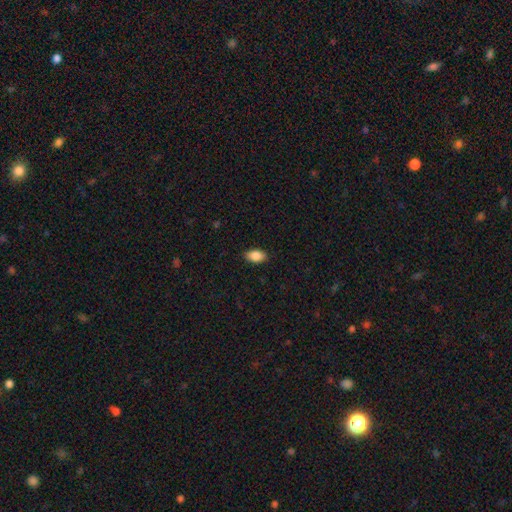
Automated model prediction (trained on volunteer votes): Overall: smooth (88%). How rounded: in between (92%). Merging: none (87%).